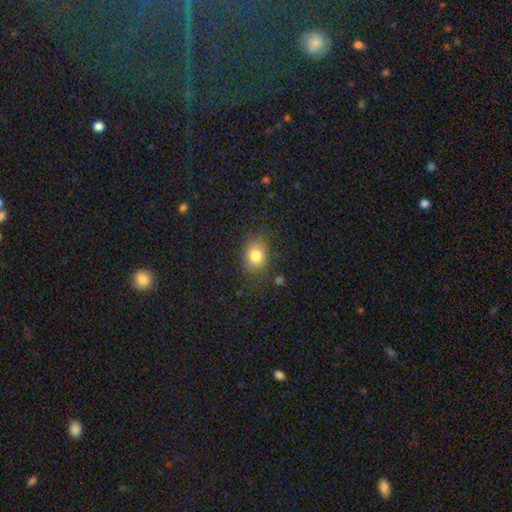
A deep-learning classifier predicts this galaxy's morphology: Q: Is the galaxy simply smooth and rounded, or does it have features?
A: smooth — 81%.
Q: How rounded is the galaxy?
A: round — 53%.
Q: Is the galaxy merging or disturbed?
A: none — 78%.